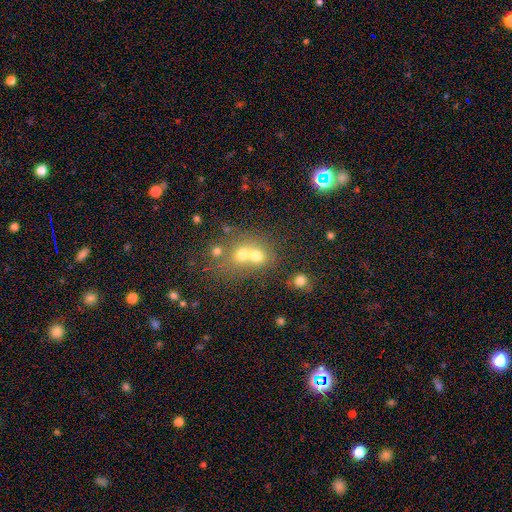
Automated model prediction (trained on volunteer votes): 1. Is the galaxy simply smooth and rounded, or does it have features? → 64% smooth, 19% featured or disk, 17% star or artifact.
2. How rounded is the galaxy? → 71% round, 28% in between, 1% cigar-shaped.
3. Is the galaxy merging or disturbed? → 60% merger, 31% none, 6% minor disturbance, 3% major disturbance.